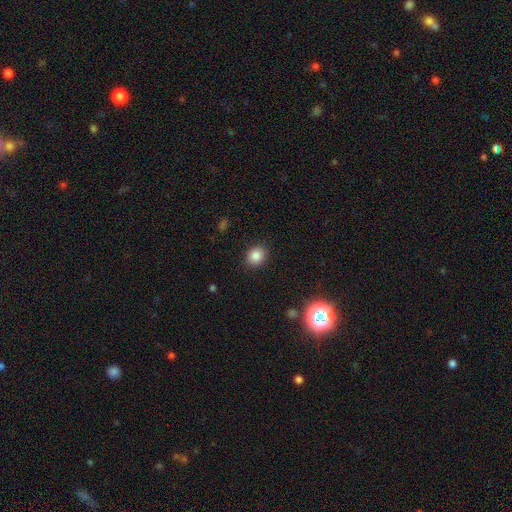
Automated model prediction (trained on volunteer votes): Morphology: type=smooth (84%); roundness=round (62%); merging=none (89%).